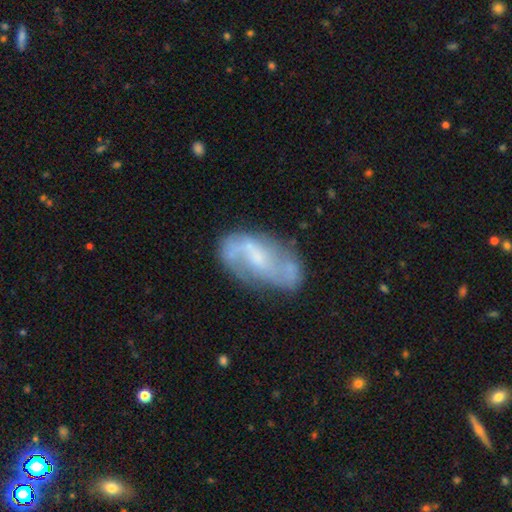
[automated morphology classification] A featured or disk galaxy (75%) with a weak bar (46%), 2 (77%) loose (46%) spiral arms (85%) and a small central bulge (43%).

Vote fractions:
- Smooth or featured? featured or disk: 75% / smooth: 18% / star or artifact: 7%
- Edge-on disk? no: 95% / yes: 5%
- Bar? weak: 46% / no: 40% / strong: 13%
- Spiral arms? yes: 85% / no: 15%
- Spiral winding? loose: 46% / medium: 39% / tight: 15%
- Spiral arm count? 2: 77% / can't tell: 13% / 1: 5% / 3: 3% / 4: 1% / more than 4: 1%
- Bulge size? small: 43% / moderate: 32% / none: 18% / large: 5% / dominant: 1%
- Merging? none: 62% / minor disturbance: 21% / major disturbance: 11% / merger: 6%